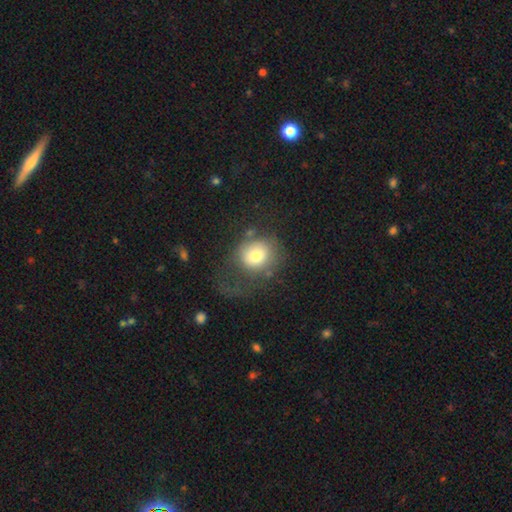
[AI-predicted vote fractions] smooth_or_featured: smooth (p=0.71) [alt: featured or disk p=0.19]
how_rounded: round (p=0.73) [alt: in between p=0.26]
merging: none (p=0.40) [alt: major disturbance p=0.37]